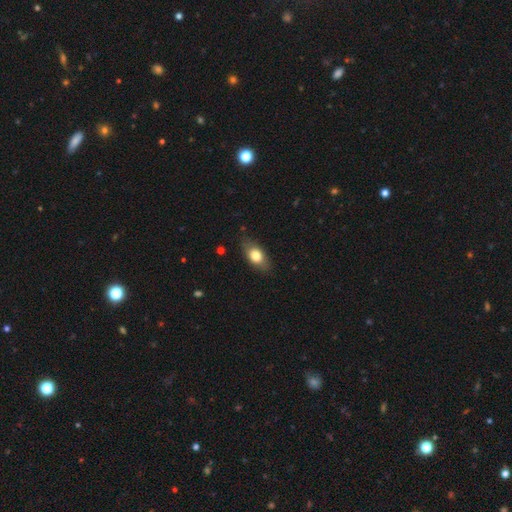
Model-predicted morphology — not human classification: Smooth or featured: smooth — 75% (featured or disk — 18%)
How rounded: in between — 84% (round — 9%)
Merging: none — 80% (minor disturbance — 15%)